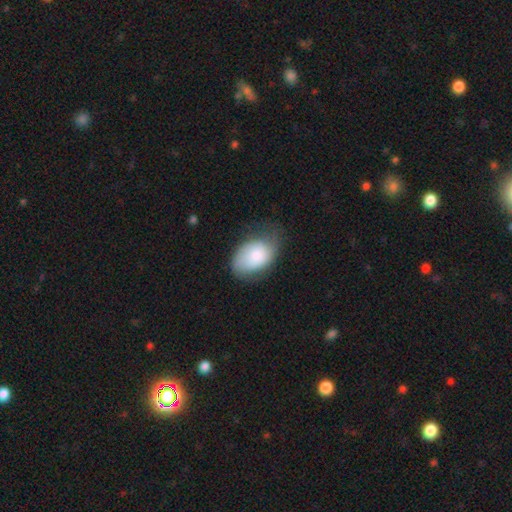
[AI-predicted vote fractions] Smooth or featured?
  - smooth: 74% *
  - featured or disk: 20%
  - star or artifact: 7%
How rounded?
  - in between: 87% *
  - round: 12%
  - cigar-shaped: 1%
Merging?
  - none: 46% *
  - minor disturbance: 35%
  - major disturbance: 17%
  - merger: 2%